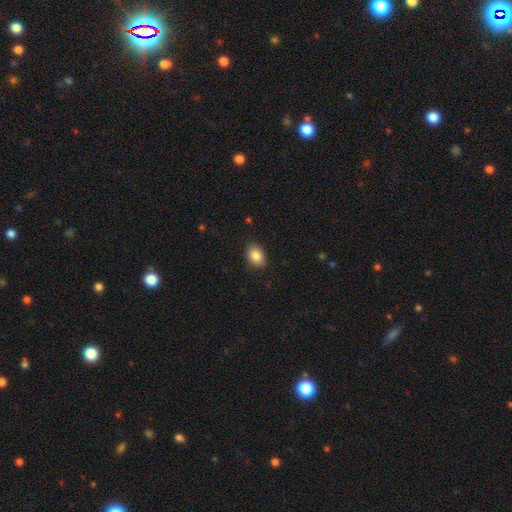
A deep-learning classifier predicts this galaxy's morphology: Smooth or featured: smooth — 88% (star or artifact — 8%)
How rounded: in between — 77% (round — 22%)
Merging: none — 84% (minor disturbance — 12%)